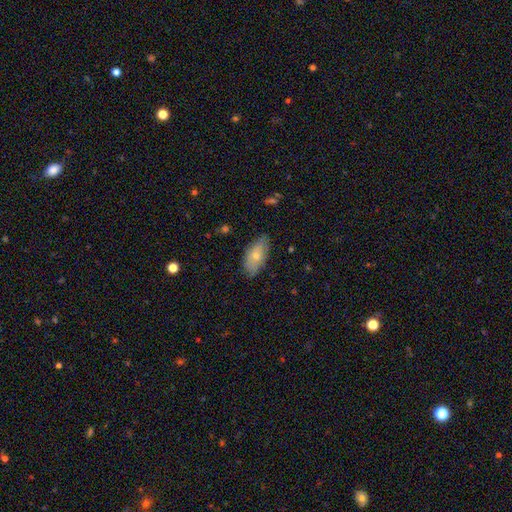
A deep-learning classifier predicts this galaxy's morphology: This is likely a smooth galaxy (69%). How rounded: clearly in between (90%). Merging: likely none (75%).